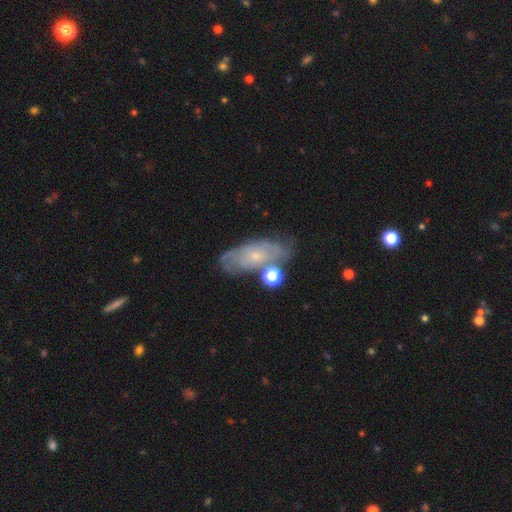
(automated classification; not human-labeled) This appears to be a featured or disk galaxy (62%) with no bar (80%), spiral arms (72%) and a small central bulge (72%). Merging: none (59%).